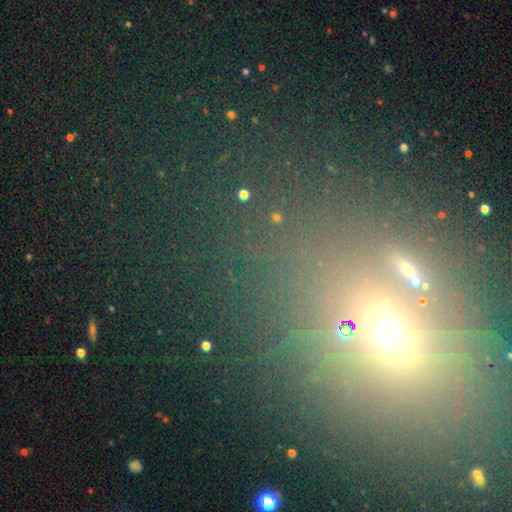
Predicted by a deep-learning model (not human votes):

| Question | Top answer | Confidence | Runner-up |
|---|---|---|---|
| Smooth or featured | star or artifact | 59% | smooth (28%) |